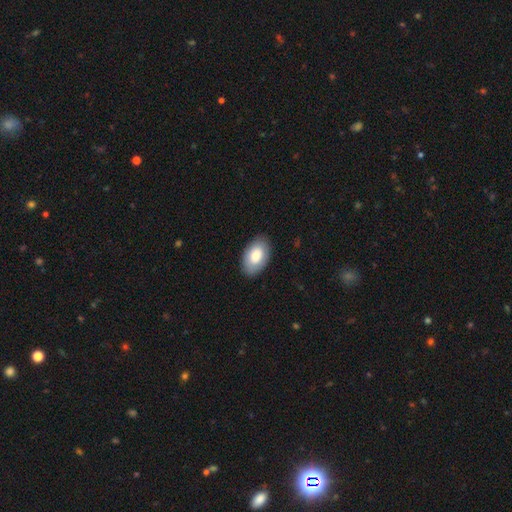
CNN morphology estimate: smooth 77%, featured or disk 17%, star or artifact 6%. Down the decision tree: how rounded — in between (93%); merging — none (86%).